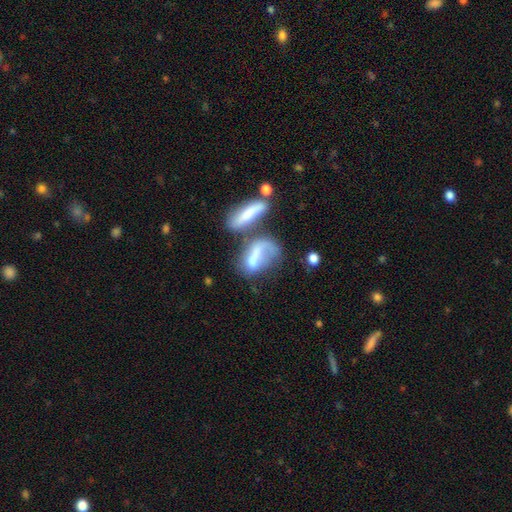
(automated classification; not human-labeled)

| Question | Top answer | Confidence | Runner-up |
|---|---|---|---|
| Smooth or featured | smooth | 56% | featured or disk (34%) |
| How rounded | in between | 71% | cigar-shaped (19%) |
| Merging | merger | 44% | major disturbance (26%) |